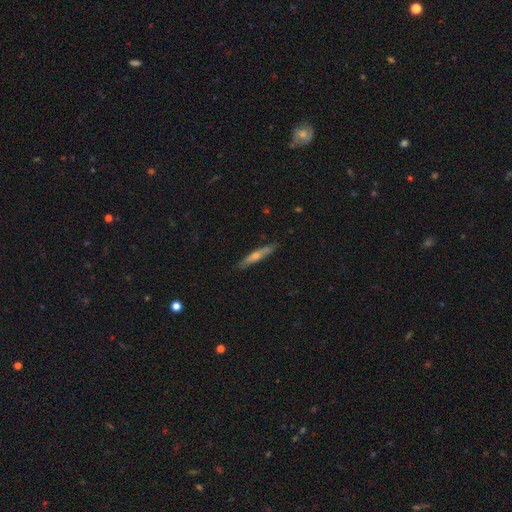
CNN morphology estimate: type=featured or disk (53%); edge-on=yes (93%); merging=none (89%).